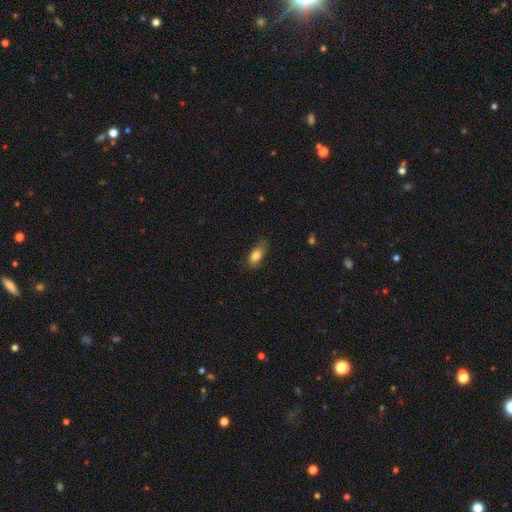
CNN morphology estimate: Q: Smooth or featured?
A: smooth (84%); runner-up: featured or disk (9%)
Q: How rounded?
A: in between (86%); runner-up: cigar-shaped (8%)
Q: Merging?
A: none (74%); runner-up: minor disturbance (20%)